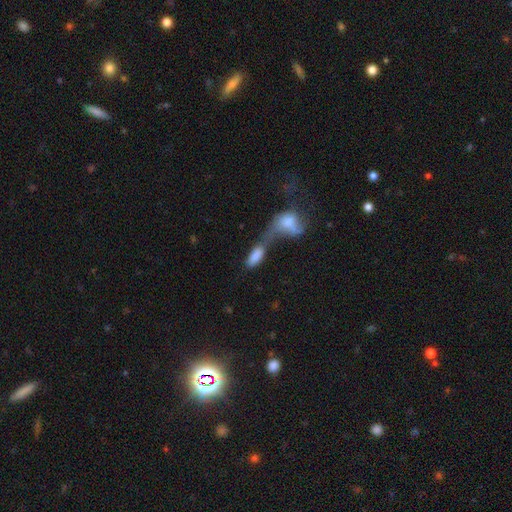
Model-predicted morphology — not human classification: Smooth or featured?
  - smooth: 80% *
  - featured or disk: 13%
  - star or artifact: 7%
How rounded?
  - in between: 84% *
  - cigar-shaped: 12%
  - round: 4%
Merging?
  - merger: 70% *
  - none: 14%
  - major disturbance: 8%
  - minor disturbance: 7%